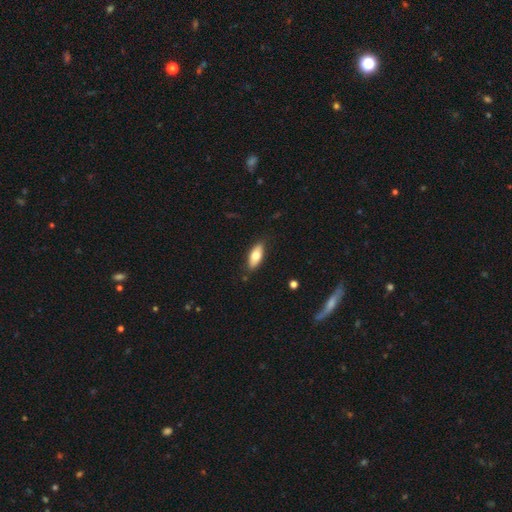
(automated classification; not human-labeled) Morphology: type=smooth (73%); roundness=in between (81%); merging=none (85%).